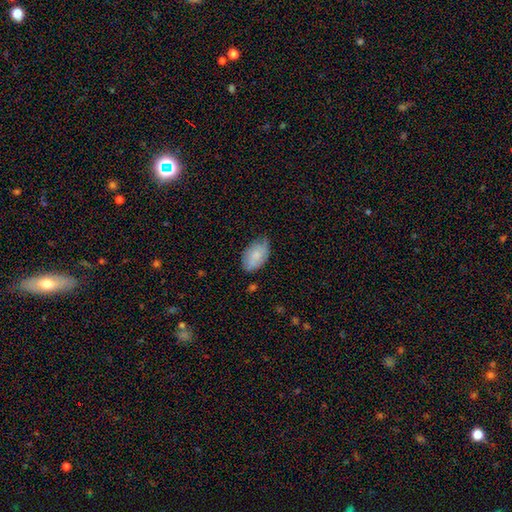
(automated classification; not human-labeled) A smooth galaxy with no disk features (76%) that is in between round and cigar-shaped (92%).

Vote fractions:
- Smooth or featured? smooth: 76% / featured or disk: 17% / star or artifact: 7%
- How rounded? in between: 92% / round: 6% / cigar-shaped: 2%
- Merging? none: 57% / minor disturbance: 35% / major disturbance: 7% / merger: 2%